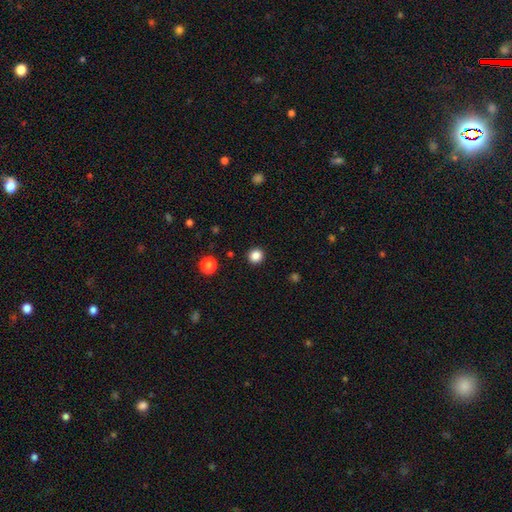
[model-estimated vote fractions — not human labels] Smooth or featured?
  - smooth: 85% *
  - star or artifact: 12%
  - featured or disk: 3%
How rounded?
  - round: 94% *
  - in between: 5%
  - cigar-shaped: 1%
Merging?
  - none: 93% *
  - minor disturbance: 4%
  - major disturbance: 2%
  - merger: 1%